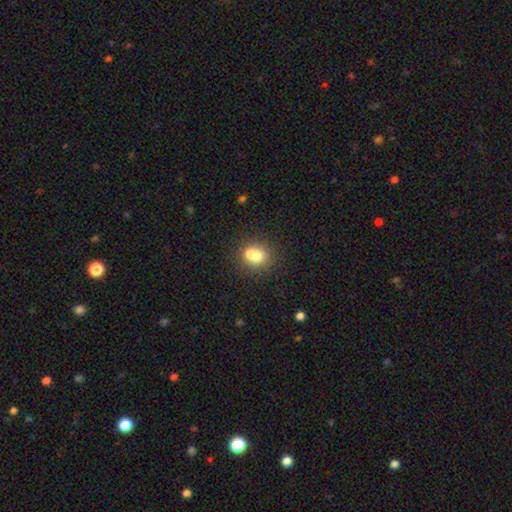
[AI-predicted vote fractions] A smooth galaxy with no disk features (69%) that is round (74%). Merging: merger (48%).